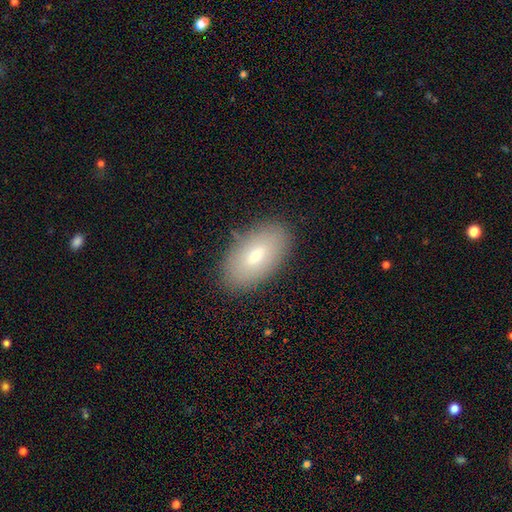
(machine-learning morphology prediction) Q: Smooth or featured?
A: smooth (67%); runner-up: featured or disk (24%)
Q: How rounded?
A: in between (93%); runner-up: round (4%)
Q: Merging?
A: none (85%); runner-up: minor disturbance (11%)